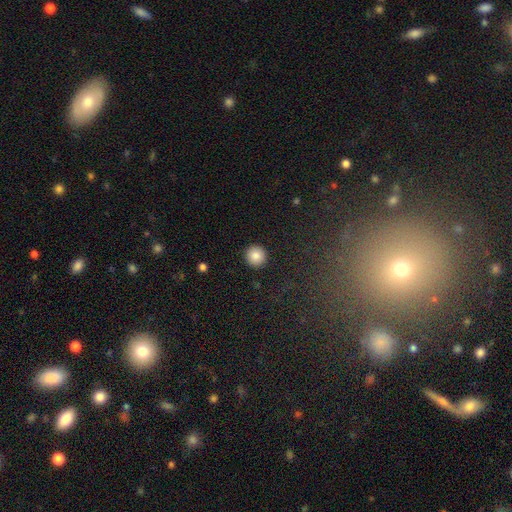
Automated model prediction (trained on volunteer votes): Smooth or featured?
  - smooth: 85% *
  - star or artifact: 9%
  - featured or disk: 5%
How rounded?
  - round: 96% *
  - in between: 3%
  - cigar-shaped: 1%
Merging?
  - none: 93% *
  - minor disturbance: 4%
  - major disturbance: 2%
  - merger: 1%